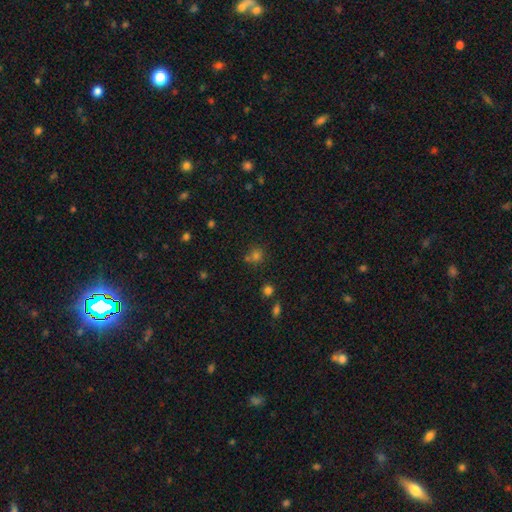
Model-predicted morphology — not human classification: The model was most divided on "smooth or featured": smooth: 62%, star or artifact: 31%, featured or disk: 8%. More confident: how rounded — round (88%); merging — none (67%).